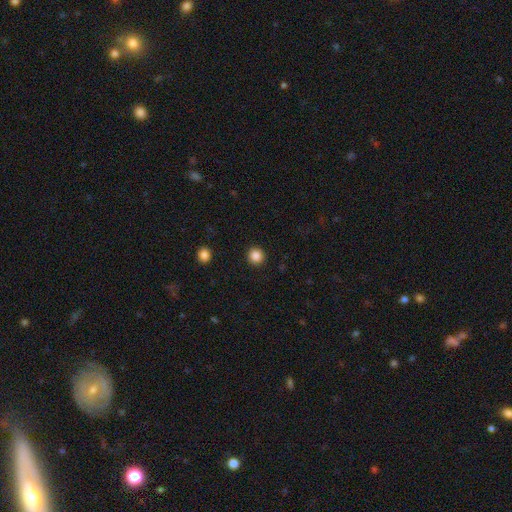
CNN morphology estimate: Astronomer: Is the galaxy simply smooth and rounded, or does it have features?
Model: smooth — 86%.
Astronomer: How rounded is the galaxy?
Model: round — 93%.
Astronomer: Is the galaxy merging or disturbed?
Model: none — 93%.